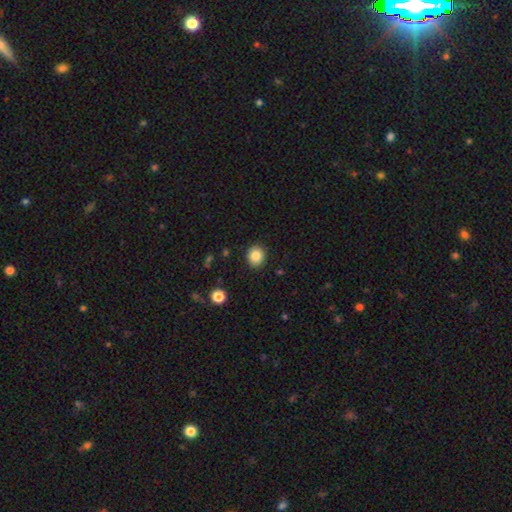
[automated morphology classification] The model was most divided on "how rounded": round: 77%, in between: 22%, cigar-shaped: 1%. More confident: merging — none (90%); smooth or featured — smooth (86%).